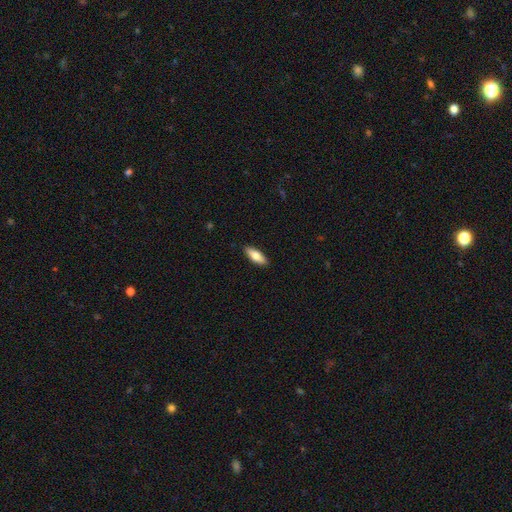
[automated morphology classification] smooth-or-featured: smooth: 77% | featured or disk: 17% | star or artifact: 6%
  how-rounded: in between: 72% | cigar-shaped: 26% | round: 2%
  merging: none: 90% | minor disturbance: 8% | major disturbance: 2% | merger: 1%